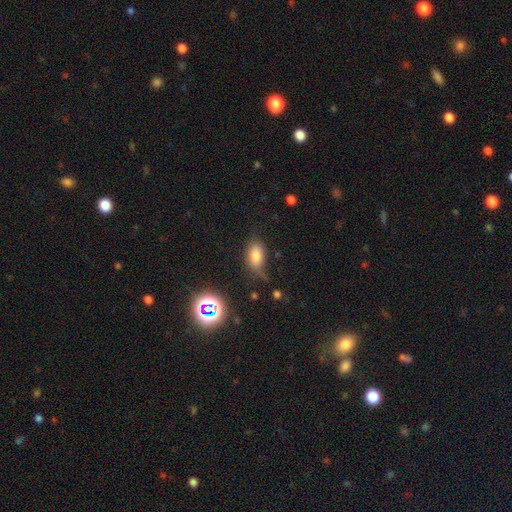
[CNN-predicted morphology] Smooth or featured? smooth (74%)
How rounded? in between (89%)
Merging? none (52%)